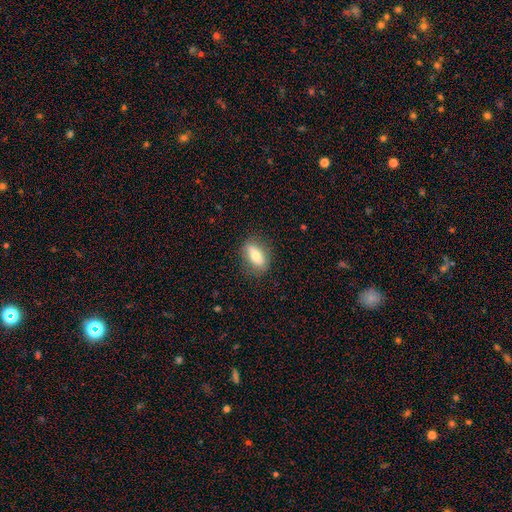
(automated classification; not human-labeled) A smooth galaxy with no disk features (71%) that is in between round and cigar-shaped (77%).

Vote fractions:
- Smooth or featured? smooth: 71% / featured or disk: 22% / star or artifact: 7%
- How rounded? in between: 77% / cigar-shaped: 16% / round: 6%
- Merging? none: 83% / minor disturbance: 13% / major disturbance: 4% / merger: 1%